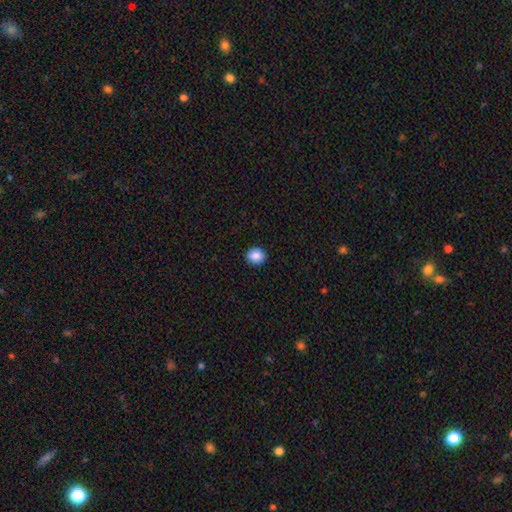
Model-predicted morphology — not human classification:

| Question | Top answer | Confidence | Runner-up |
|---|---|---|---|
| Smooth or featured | smooth | 88% | star or artifact (9%) |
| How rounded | round | 80% | in between (19%) |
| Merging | none | 91% | minor disturbance (6%) |